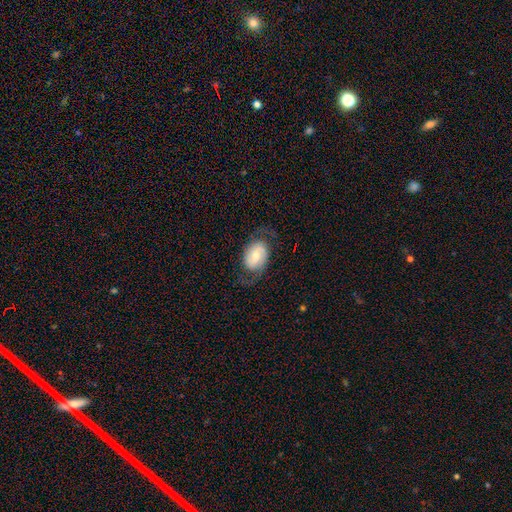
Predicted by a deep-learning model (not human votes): This is likely a featured or disk galaxy (62%). It is clearly not viewed edge-on (96%). Bar: marginally no (44%). Spiral arm pattern: clearly yes (86%). Spiral arm count: clearly 2 (85%). Spiral winding: marginally medium (43%). Central bulge: possibly moderate (55%). Merging: likely none (67%).